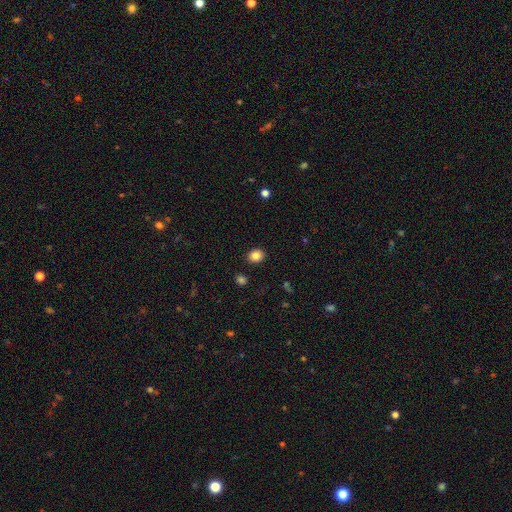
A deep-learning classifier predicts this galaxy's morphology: A smooth galaxy with no disk features (85%) that is round (58%).

Vote fractions:
- Smooth or featured? smooth: 85% / star or artifact: 10% / featured or disk: 5%
- How rounded? round: 58% / in between: 41% / cigar-shaped: 1%
- Merging? none: 89% / minor disturbance: 7% / major disturbance: 2% / merger: 2%